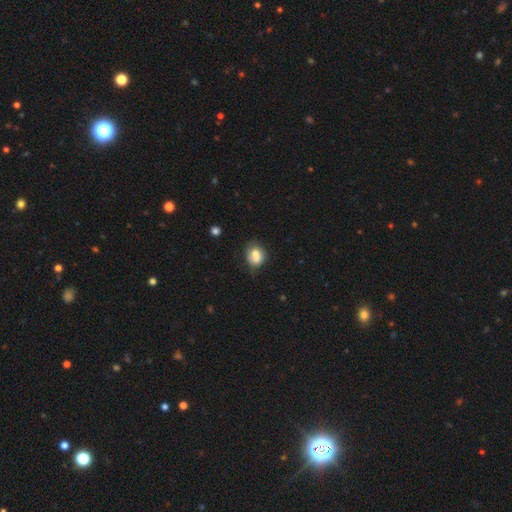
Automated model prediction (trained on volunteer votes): This appears to be a smooth galaxy with no disk features (71%) that is round (50%). Merging: none (40%).